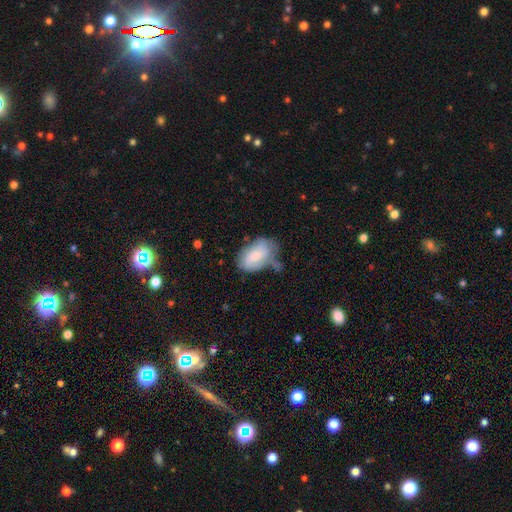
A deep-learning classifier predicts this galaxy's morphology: smooth 72%, featured or disk 21%, star or artifact 7%. Down the decision tree: how rounded — in between (92%); merging — none (38%).